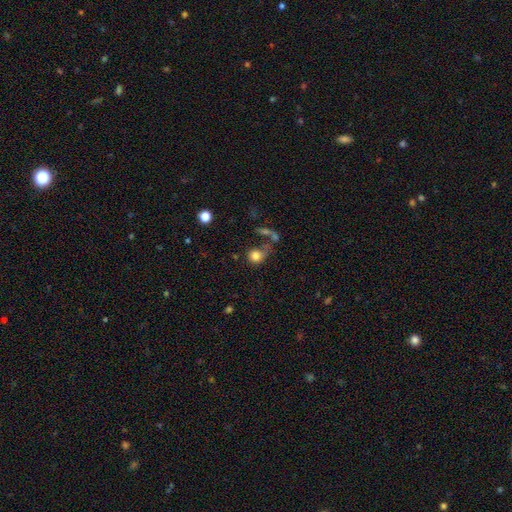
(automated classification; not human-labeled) A smooth galaxy with no disk features (78%) that is round (76%).

Vote fractions:
- Smooth or featured? smooth: 78% / featured or disk: 11% / star or artifact: 11%
- How rounded? round: 76% / in between: 22% / cigar-shaped: 2%
- Merging? none: 44% / merger: 22% / major disturbance: 18% / minor disturbance: 16%